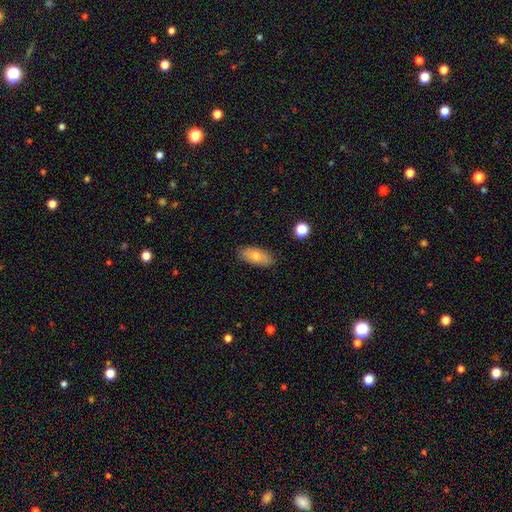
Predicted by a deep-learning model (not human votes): Smooth or featured? Predicted: smooth (p=0.71). How rounded? Predicted: in between (p=0.82). Merging? Predicted: none (p=0.86).